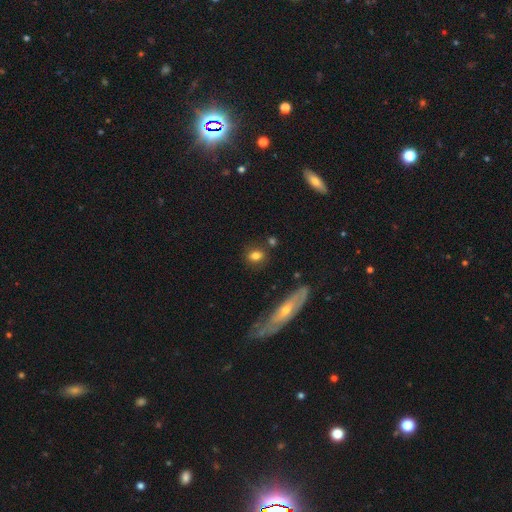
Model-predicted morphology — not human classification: smooth 78%, featured or disk 12%, star or artifact 10%. Down the decision tree: how rounded — in between (53%); merging — none (78%).